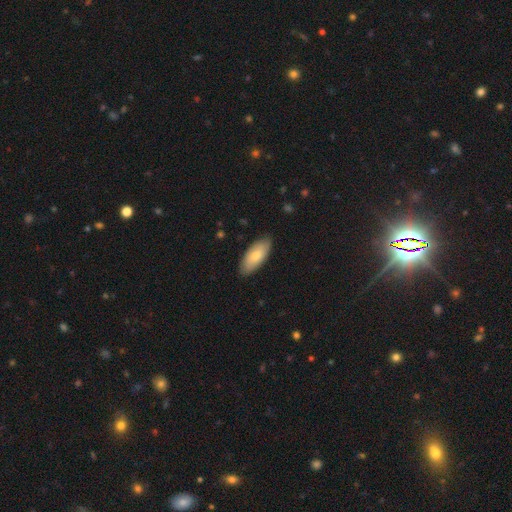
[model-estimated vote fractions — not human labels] Smooth or featured? Predicted: smooth (p=0.74). How rounded? Predicted: in between (p=0.88). Merging? Predicted: none (p=0.84).